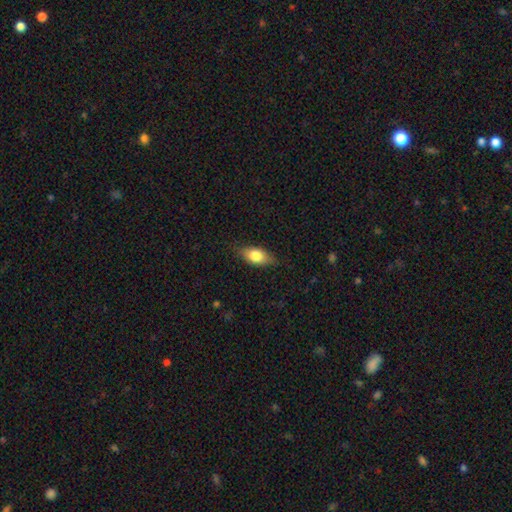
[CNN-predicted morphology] The model was most divided on "smooth or featured": smooth: 73%, featured or disk: 19%, star or artifact: 7%. More confident: how rounded — in between (83%); merging — none (80%).